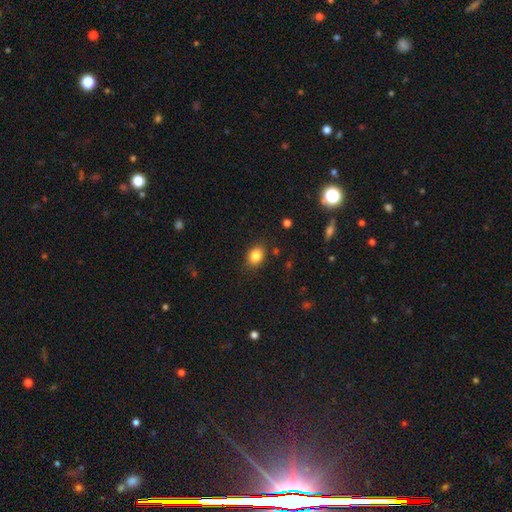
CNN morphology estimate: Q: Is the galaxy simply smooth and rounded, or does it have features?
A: smooth — 84%.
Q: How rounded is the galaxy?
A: in between — 65%.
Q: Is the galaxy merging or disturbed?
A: none — 84%.